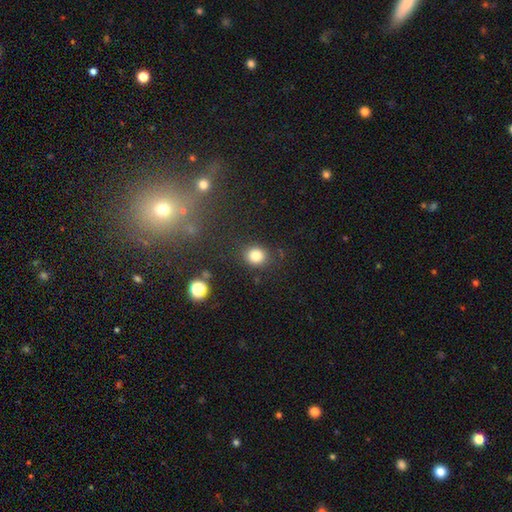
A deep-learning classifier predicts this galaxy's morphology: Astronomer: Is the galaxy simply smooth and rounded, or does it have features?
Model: smooth — 83%.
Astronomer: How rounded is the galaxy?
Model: round — 75%.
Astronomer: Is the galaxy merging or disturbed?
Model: none — 82%.